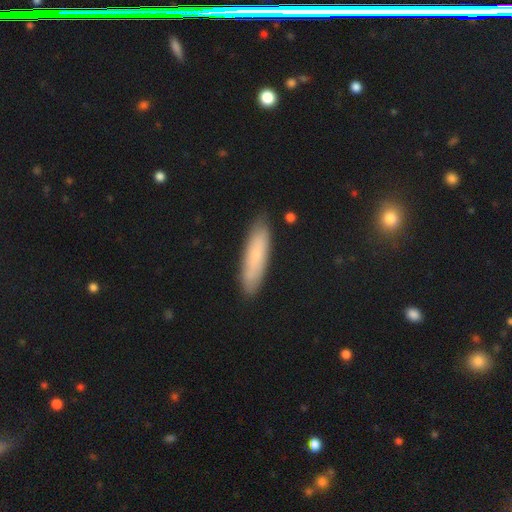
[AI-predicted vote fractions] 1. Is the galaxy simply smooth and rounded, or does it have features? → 71% smooth, 22% featured or disk, 7% star or artifact.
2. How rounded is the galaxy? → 72% cigar-shaped, 26% in between, 2% round.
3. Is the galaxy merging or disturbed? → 86% none, 10% minor disturbance, 2% major disturbance, 1% merger.